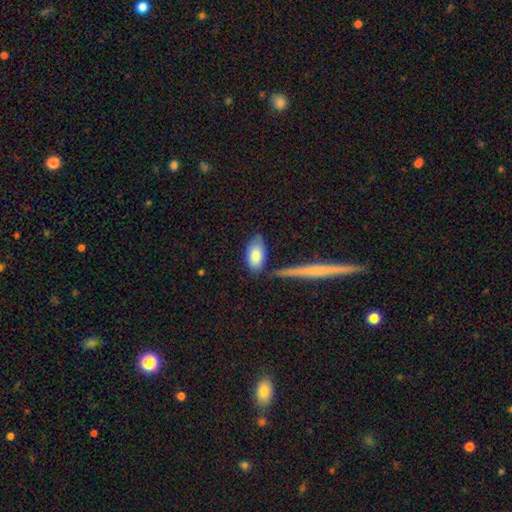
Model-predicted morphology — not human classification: Q: Smooth or featured?
A: smooth (82%); runner-up: featured or disk (12%)
Q: How rounded?
A: in between (89%); runner-up: cigar-shaped (8%)
Q: Merging?
A: none (65%); runner-up: minor disturbance (20%)